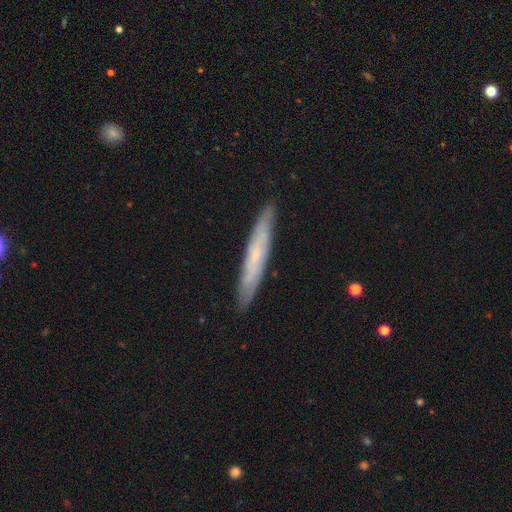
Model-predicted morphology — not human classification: featured or disk 48%, smooth 45%, star or artifact 7%. Down the decision tree: merging — none (89%).